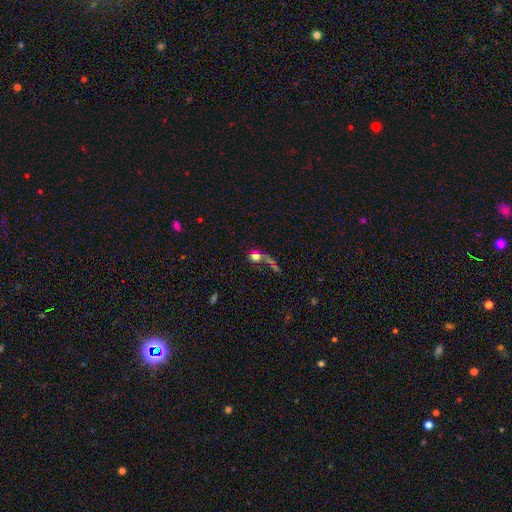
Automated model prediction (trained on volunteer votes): Smooth or featured: smooth — 53% (star or artifact — 30%)
How rounded: round — 70% (in between — 24%)
Merging: none — 41% (merger — 29%)